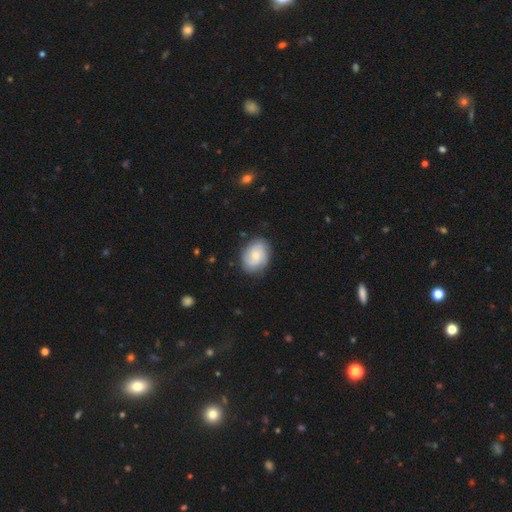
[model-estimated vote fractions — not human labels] Smooth or featured? Predicted: featured or disk (p=0.50). Merging? Predicted: none (p=0.81).